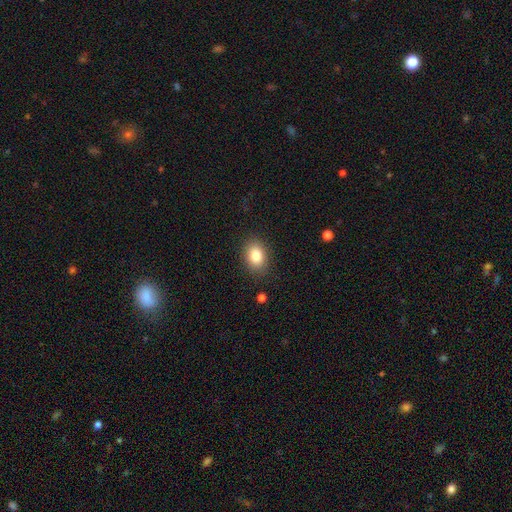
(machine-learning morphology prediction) Smooth or featured: smooth — 83% (star or artifact — 9%)
How rounded: in between — 70% (round — 29%)
Merging: none — 87% (minor disturbance — 9%)